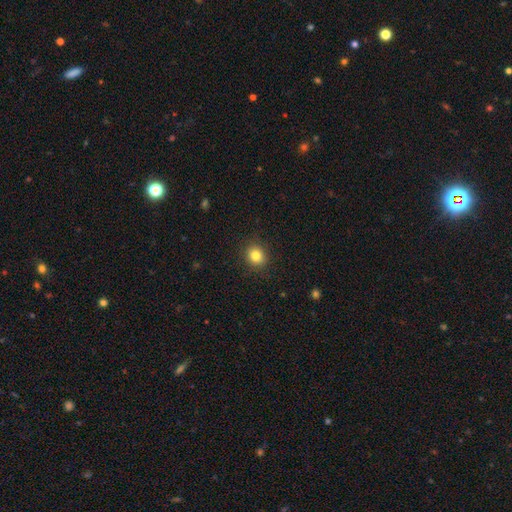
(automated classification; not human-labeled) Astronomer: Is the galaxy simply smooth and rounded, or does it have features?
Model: smooth — 83%.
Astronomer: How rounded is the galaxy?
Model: round — 81%.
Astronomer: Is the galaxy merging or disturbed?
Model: none — 90%.